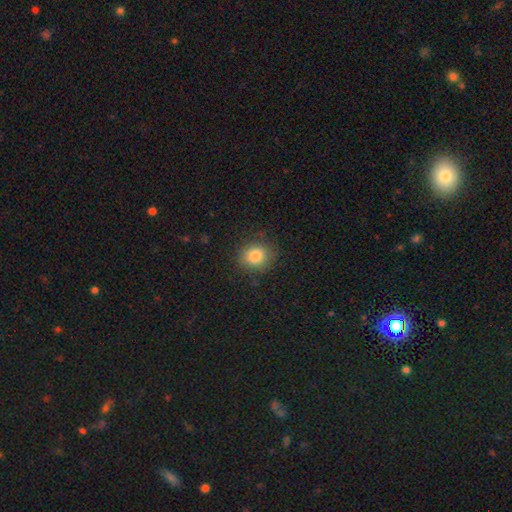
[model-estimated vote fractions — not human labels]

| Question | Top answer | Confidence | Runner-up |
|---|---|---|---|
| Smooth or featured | smooth | 84% | star or artifact (10%) |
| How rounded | round | 72% | in between (27%) |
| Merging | none | 83% | minor disturbance (12%) |